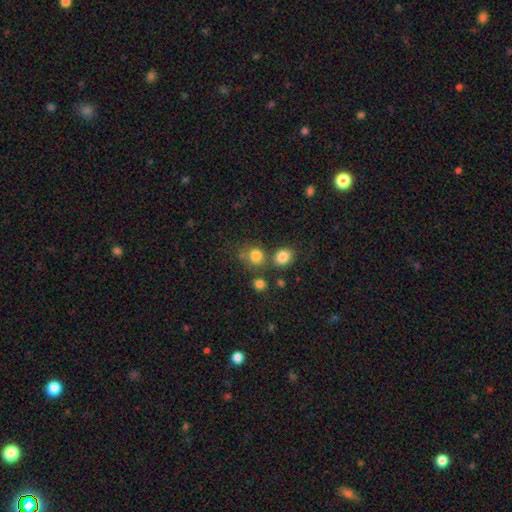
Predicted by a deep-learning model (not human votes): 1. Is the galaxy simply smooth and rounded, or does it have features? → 80% smooth, 14% star or artifact, 6% featured or disk.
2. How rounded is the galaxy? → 80% round, 19% in between, 1% cigar-shaped.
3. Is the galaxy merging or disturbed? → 62% none, 22% merger, 11% minor disturbance, 5% major disturbance.